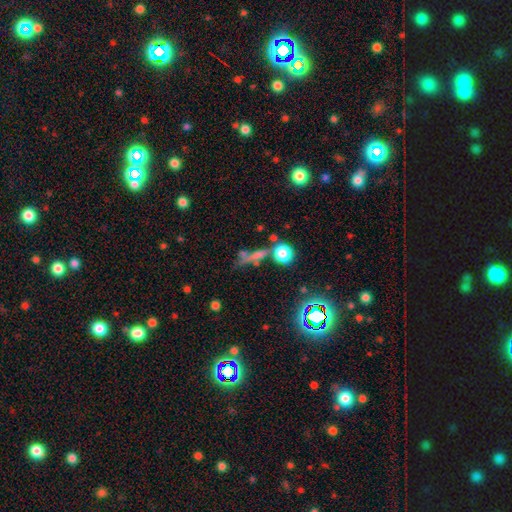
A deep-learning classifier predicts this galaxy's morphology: smooth 49%, featured or disk 27%, star or artifact 24%. Down the decision tree: merging — none (51%).